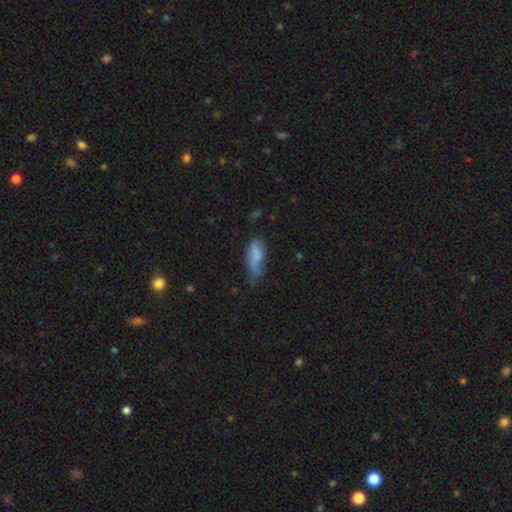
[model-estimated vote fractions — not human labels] Smooth or featured: smooth — 73% (featured or disk — 19%)
How rounded: in between — 67% (cigar-shaped — 31%)
Merging: minor disturbance — 39% (none — 38%)